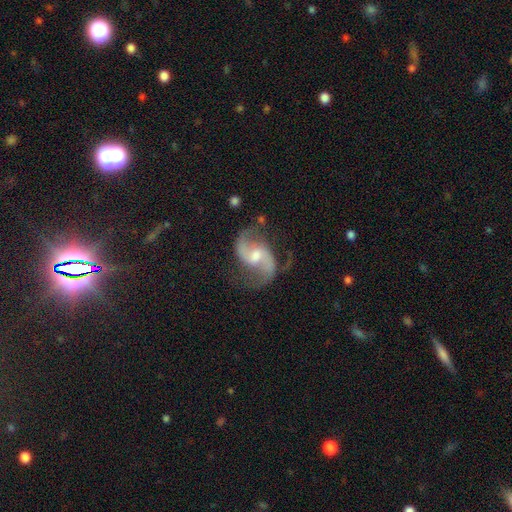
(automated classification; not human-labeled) Smooth or featured? Predicted: featured or disk (p=0.90). Edge-on disk? Predicted: no (p=0.98). Bar? Predicted: weak (p=0.51). Spiral arms? Predicted: yes (p=0.97). Spiral winding? Predicted: loose (p=0.49). Spiral arm count? Predicted: 2 (p=0.93). Bulge size? Predicted: moderate (p=0.56). Merging? Predicted: none (p=0.72).